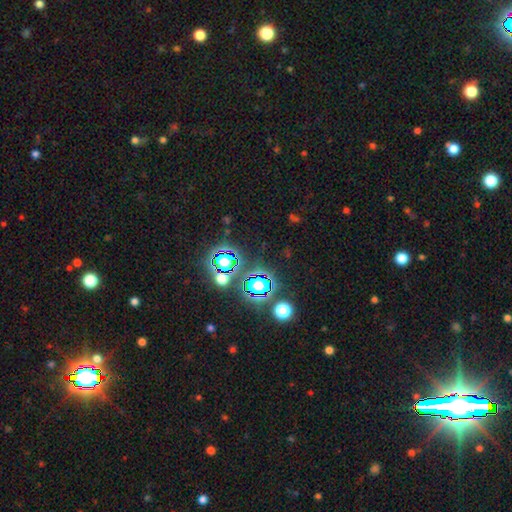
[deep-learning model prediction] This appears to be a star or artifact, not a galaxy (82%).